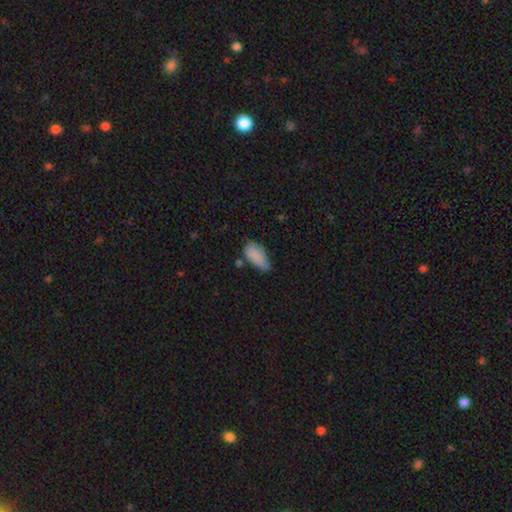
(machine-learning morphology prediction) Smooth or featured: smooth — 83% (featured or disk — 9%)
How rounded: in between — 90% (cigar-shaped — 6%)
Merging: minor disturbance — 44% (none — 37%)